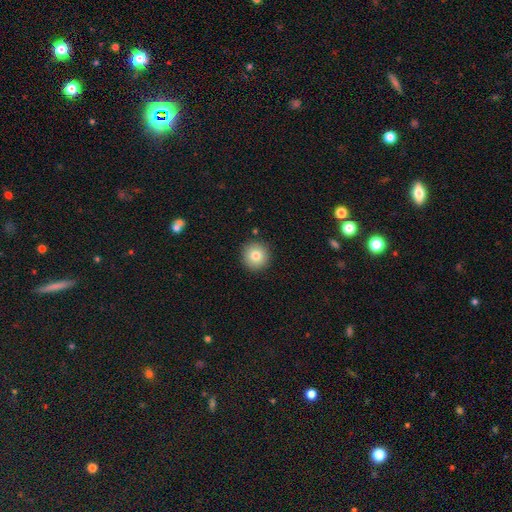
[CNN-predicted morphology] Smooth or featured? smooth (80%)
How rounded? round (95%)
Merging? none (91%)